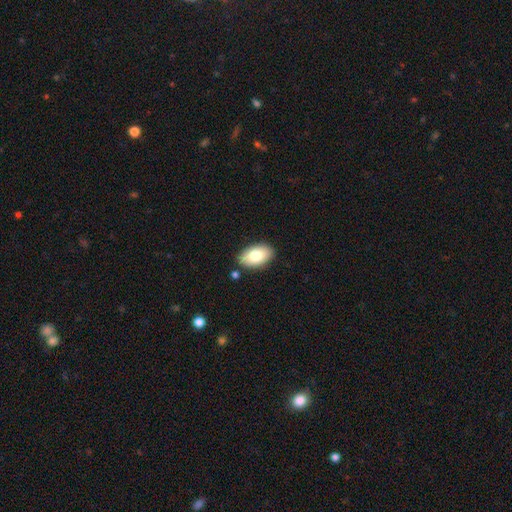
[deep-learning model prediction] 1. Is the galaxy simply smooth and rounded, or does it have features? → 78% smooth, 15% featured or disk, 7% star or artifact.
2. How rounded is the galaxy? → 94% in between, 5% round, 1% cigar-shaped.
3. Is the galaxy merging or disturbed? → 84% none, 10% minor disturbance, 3% merger, 2% major disturbance.